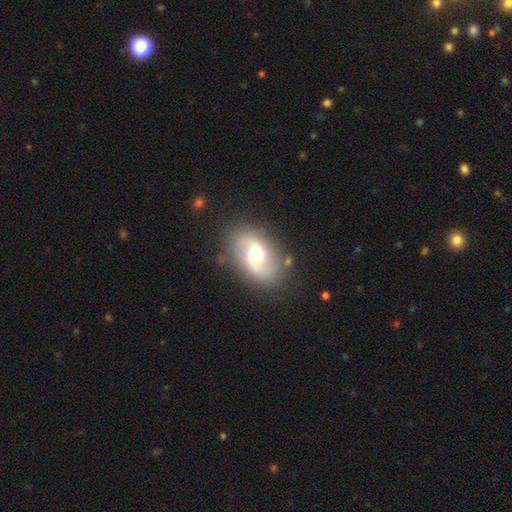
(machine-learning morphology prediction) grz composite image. It shows a featured or disk galaxy (77%) with a weak bar (46%), 2 (91%) loose (52%) spiral arms (92%) and a moderate central bulge (64%). Merging: none (81%).